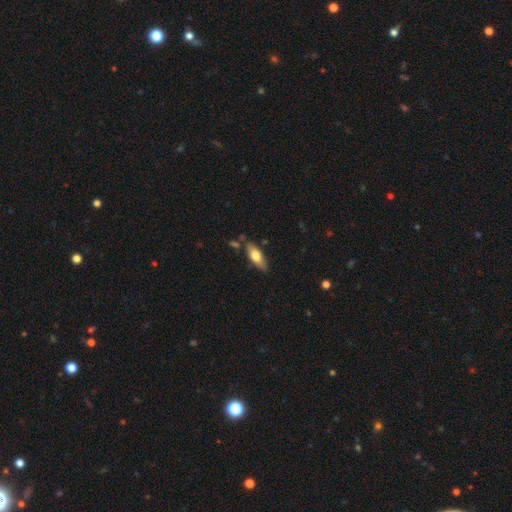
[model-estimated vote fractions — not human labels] This appears to be a smooth galaxy with no disk features (69%) that is in between round and cigar-shaped (69%). Merging: none (75%).